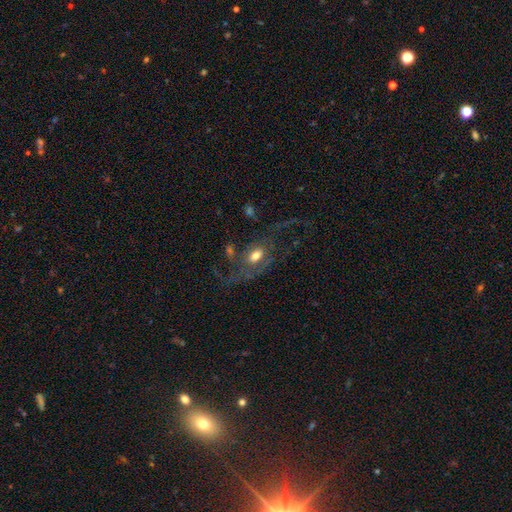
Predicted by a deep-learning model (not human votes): featured or disk 53%, smooth 36%, star or artifact 11%. Down the decision tree: edge-on disk — no (92%); merging — major disturbance (41%).